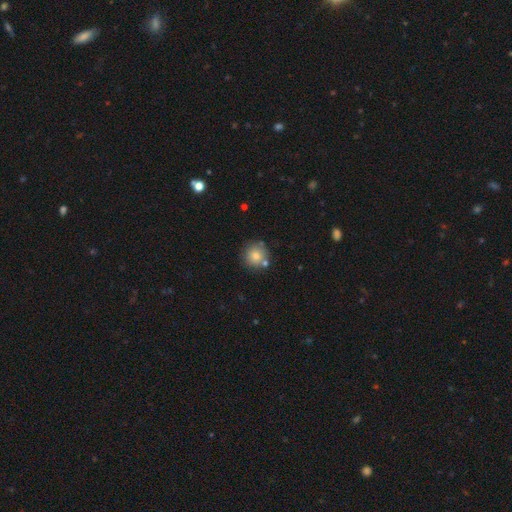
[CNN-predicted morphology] smooth-or-featured: smooth: 79% | featured or disk: 11% | star or artifact: 10%
  how-rounded: round: 93% | in between: 6% | cigar-shaped: 1%
  merging: none: 75% | merger: 11% | minor disturbance: 11% | major disturbance: 3%